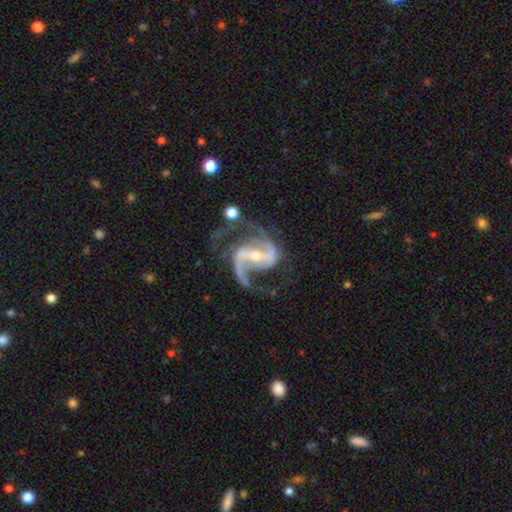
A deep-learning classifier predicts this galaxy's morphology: This appears to be a featured or disk galaxy (93%) with a strong bar (62%), 2 (89%) medium (56%) spiral arms (98%) and a small central bulge (55%). Merging: none (66%).